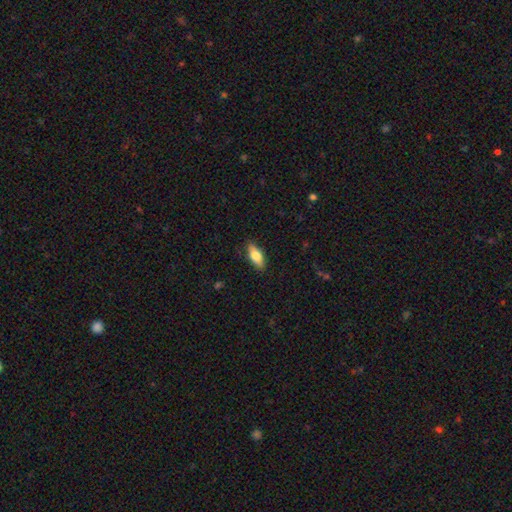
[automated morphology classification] type=smooth (74%); roundness=in between (75%); merging=none (87%).